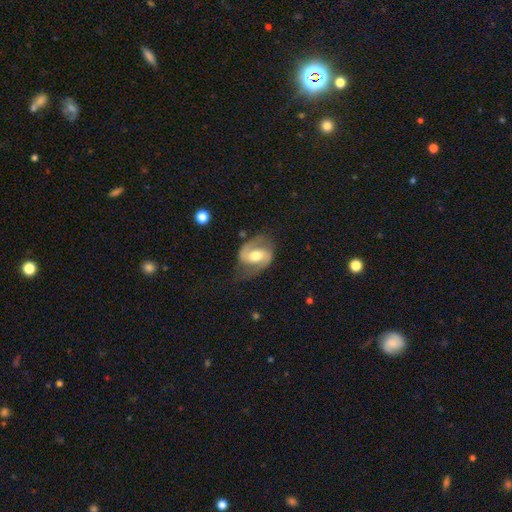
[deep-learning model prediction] featured or disk 84%, smooth 11%, star or artifact 5%. Down the decision tree: edge-on disk — no (97%); bar — weak (45%); spiral arms — yes (95%); spiral arm count — 2 (89%); spiral winding — medium (55%); bulge size — moderate (67%); merging — none (64%).